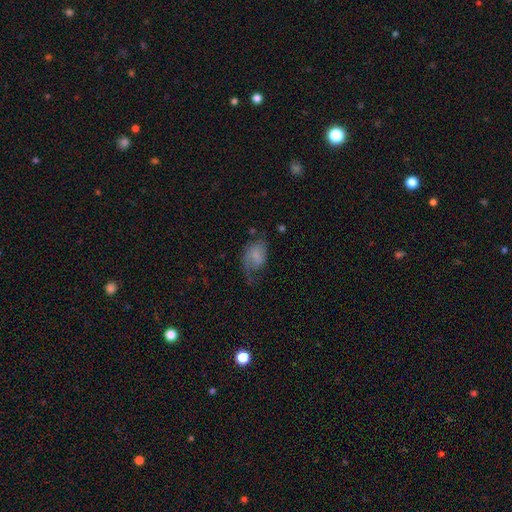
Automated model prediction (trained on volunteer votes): smooth 49%, featured or disk 42%, star or artifact 9%. Down the decision tree: merging — none (36%).